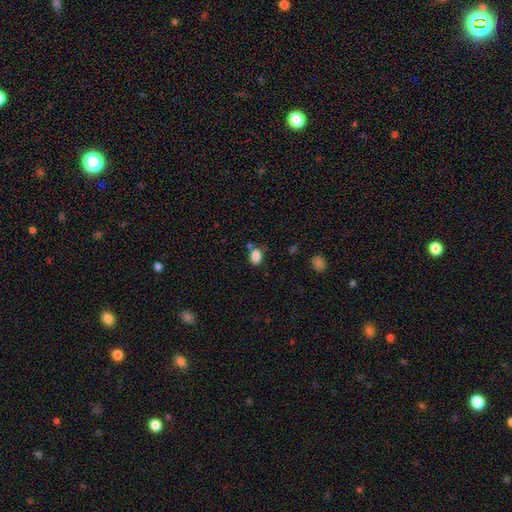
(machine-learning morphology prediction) Smooth or featured? smooth (85%)
How rounded? in between (75%)
Merging? none (67%)